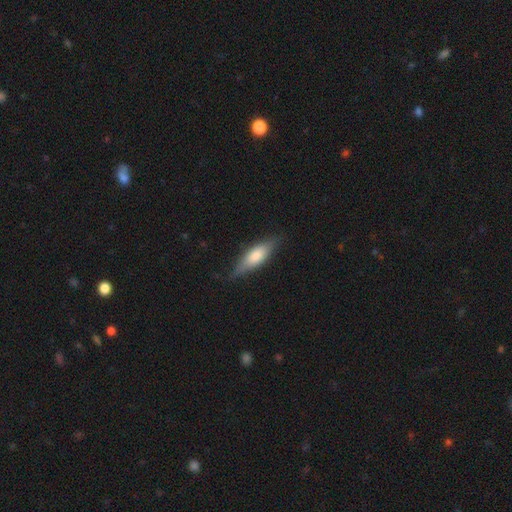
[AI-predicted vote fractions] Smooth or featured?
  - smooth: 62% *
  - featured or disk: 33%
  - star or artifact: 6%
How rounded?
  - in between: 49% *
  - cigar-shaped: 48%
  - round: 2%
Merging?
  - none: 78% *
  - minor disturbance: 18%
  - major disturbance: 3%
  - merger: 1%